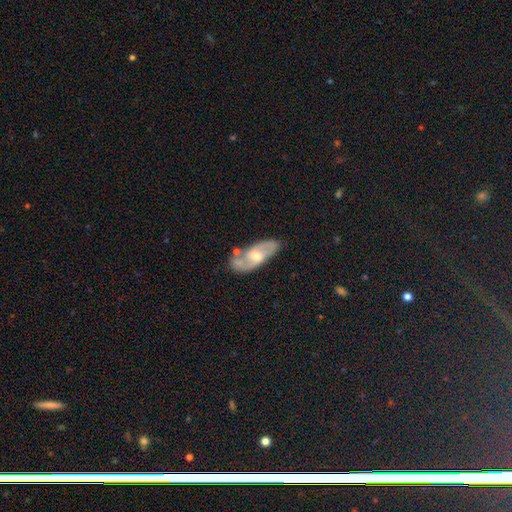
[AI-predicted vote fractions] Overall: featured or disk (70%). Edge-on disk: no (89%). Bar: no (45%; weak 44%). Spiral arms: yes (84%). Spiral arm count: 2 (81%). Spiral winding: medium (49%; loose 27%). Bulge size: moderate (61%; small 32%). Merging: none (66%).